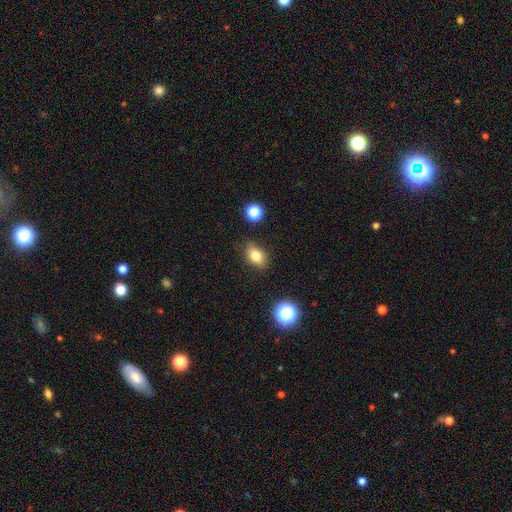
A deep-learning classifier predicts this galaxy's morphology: Overall: smooth (78%). How rounded: in between (74%). Merging: none (79%).